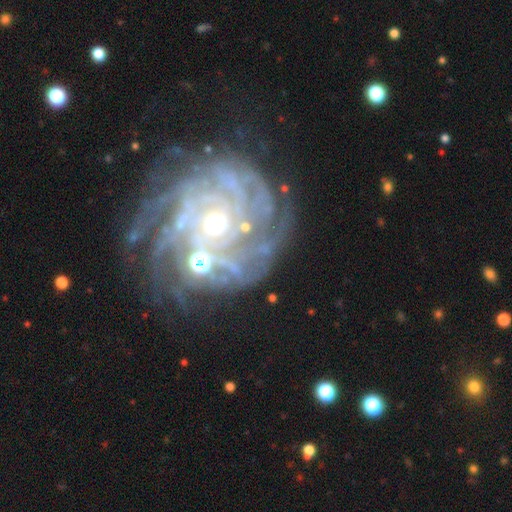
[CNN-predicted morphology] A featured or disk galaxy (85%) with no bar (67%), tight (76%) spiral arms (95%) and a small central bulge (48%).

Vote fractions:
- Smooth or featured? featured or disk: 85% / star or artifact: 10% / smooth: 5%
- Edge-on disk? no: 97% / yes: 3%
- Bar? no: 67% / weak: 22% / strong: 10%
- Spiral arms? yes: 95% / no: 5%
- Spiral winding? tight: 76% / medium: 19% / loose: 5%
- Spiral arm count? can't tell: 28% / more than 4: 27% / 4: 17% / 3: 12% / 2: 9% / 1: 8%
- Bulge size? small: 48% / moderate: 45% / large: 4% / none: 2% / dominant: 1%
- Merging? none: 68% / minor disturbance: 16% / major disturbance: 10% / merger: 7%